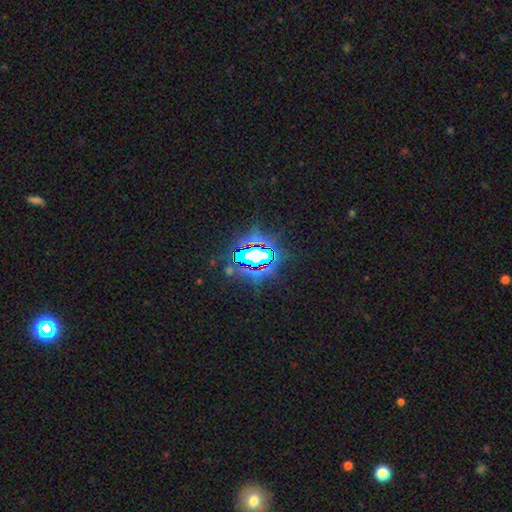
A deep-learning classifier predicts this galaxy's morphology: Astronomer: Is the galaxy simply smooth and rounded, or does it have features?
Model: star or artifact — 79%.